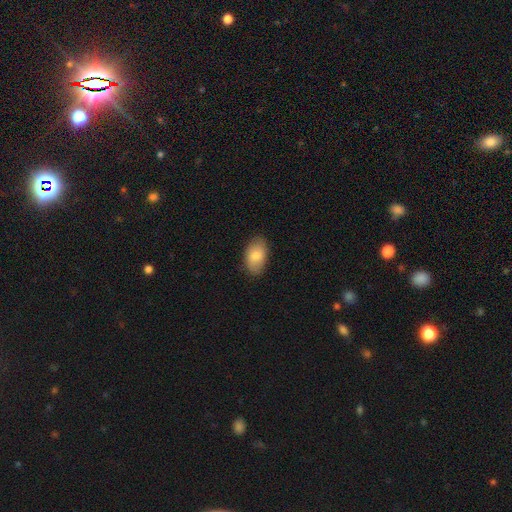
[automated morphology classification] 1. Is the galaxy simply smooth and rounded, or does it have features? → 80% smooth, 13% featured or disk, 6% star or artifact.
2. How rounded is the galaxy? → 92% in between, 7% round, 1% cigar-shaped.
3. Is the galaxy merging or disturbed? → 84% none, 12% minor disturbance, 2% major disturbance, 1% merger.